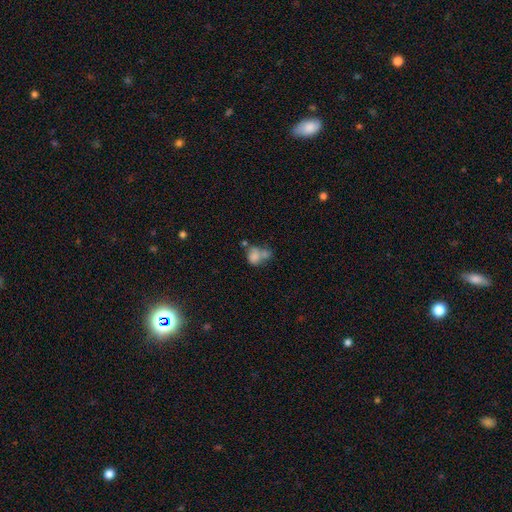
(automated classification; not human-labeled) smooth_or_featured: smooth (p=0.72) [alt: featured or disk p=0.17]
how_rounded: in between (p=0.50) [alt: round p=0.48]
merging: merger (p=0.53) [alt: none p=0.23]